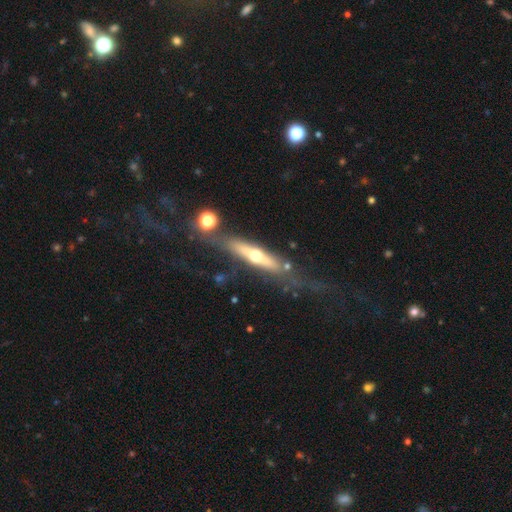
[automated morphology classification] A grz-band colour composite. It shows a featured or disk galaxy (62%) viewed edge-on (86%) with a rounded central bulge (89%). Merging: none (62%).